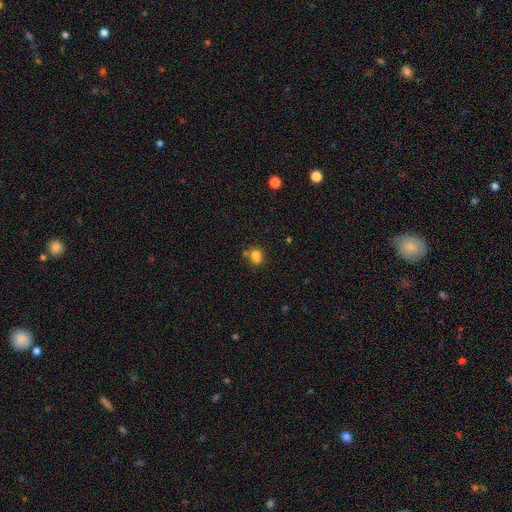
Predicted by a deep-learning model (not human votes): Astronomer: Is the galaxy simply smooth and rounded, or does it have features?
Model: smooth — 78%.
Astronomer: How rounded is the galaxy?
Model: in between — 55% (runner-up: round, 44%).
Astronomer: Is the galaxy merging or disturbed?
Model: none — 53%.